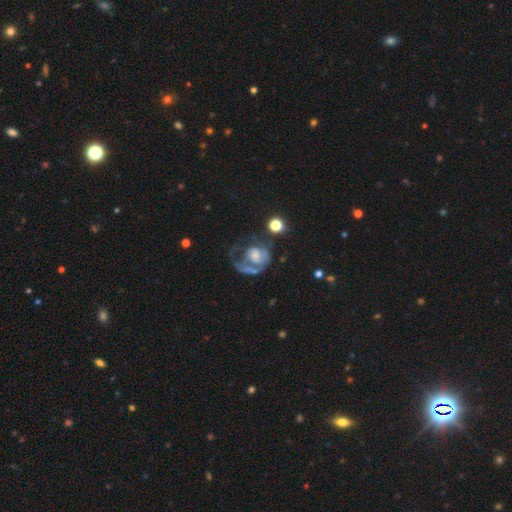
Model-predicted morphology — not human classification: Smooth or featured?
  - featured or disk: 65% *
  - smooth: 26%
  - star or artifact: 9%
Edge-on disk?
  - no: 97% *
  - yes: 3%
Bar?
  - no: 78% *
  - weak: 18%
  - strong: 4%
Spiral arms?
  - yes: 63% *
  - no: 37%
Bulge size?
  - moderate: 36% *
  - small: 27%
  - large: 17%
  - none: 16%
  - dominant: 3%
Merging?
  - major disturbance: 49% *
  - none: 24%
  - minor disturbance: 15%
  - merger: 12%